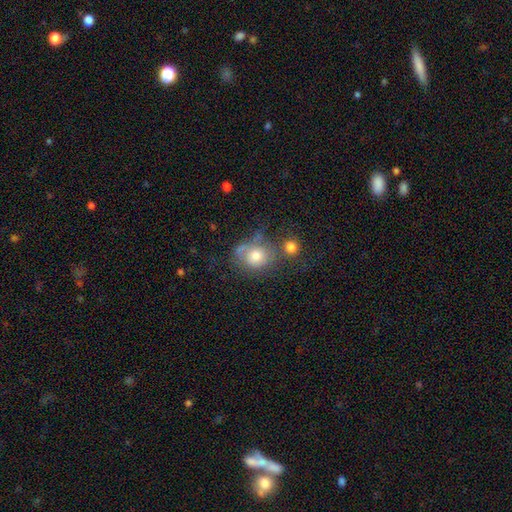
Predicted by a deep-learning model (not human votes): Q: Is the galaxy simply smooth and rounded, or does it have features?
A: smooth — 68%.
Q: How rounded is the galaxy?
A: round — 68%.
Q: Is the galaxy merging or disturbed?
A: none — 44%.